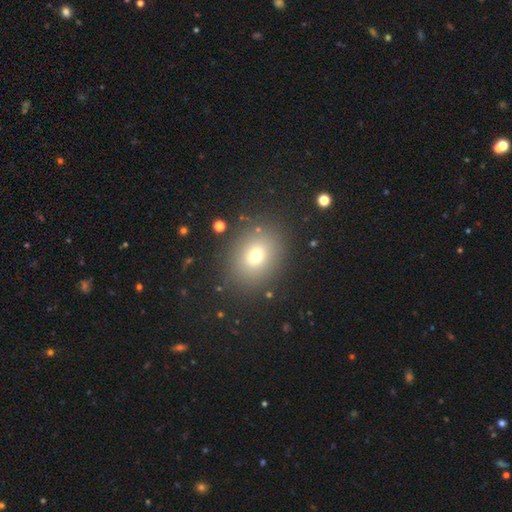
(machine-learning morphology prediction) A smooth galaxy with no disk features (71%) that is round (60%). Merging: none (85%).